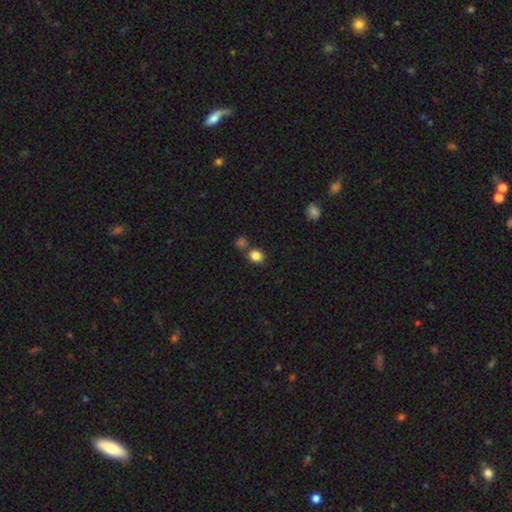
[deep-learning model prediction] Smooth or featured? smooth (85%)
How rounded? round (67%)
Merging? none (70%)